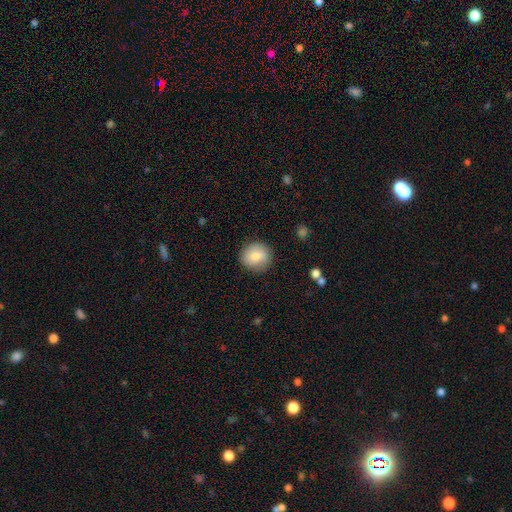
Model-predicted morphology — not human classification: Smooth or featured: smooth — 80% (featured or disk — 12%)
How rounded: round — 90% (in between — 9%)
Merging: none — 87% (minor disturbance — 10%)